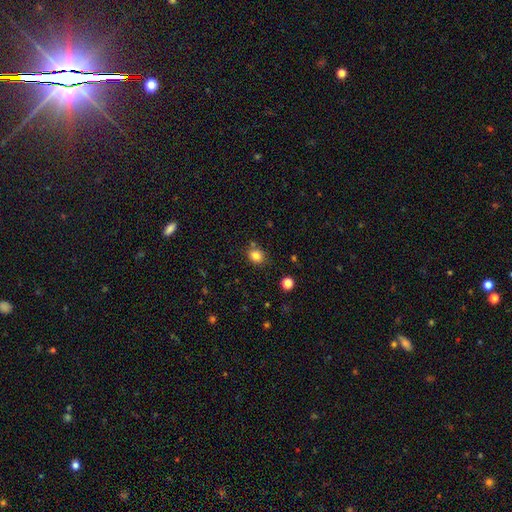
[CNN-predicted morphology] Smooth or featured? smooth (81%)
How rounded? round (62%)
Merging? none (76%)